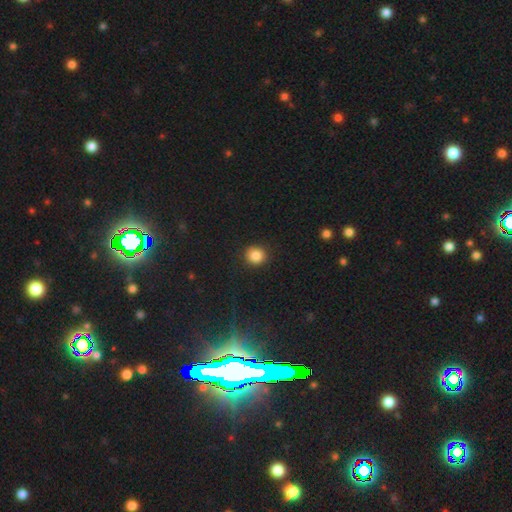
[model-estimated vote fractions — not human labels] Morphology: type=smooth (86%); roundness=round (88%); merging=none (89%).